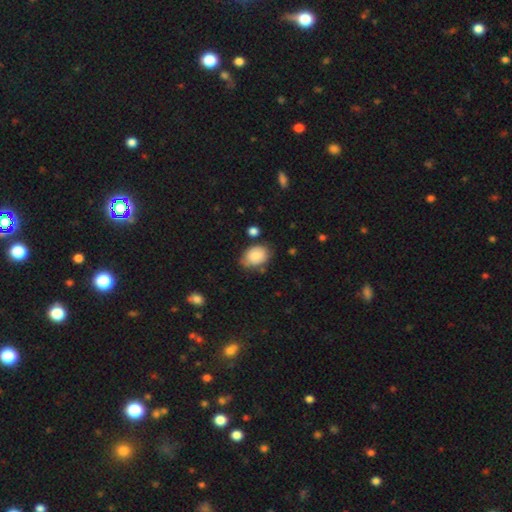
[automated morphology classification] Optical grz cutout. It shows a smooth galaxy with no disk features (78%) that is in between round and cigar-shaped (74%). Merging: none (66%).